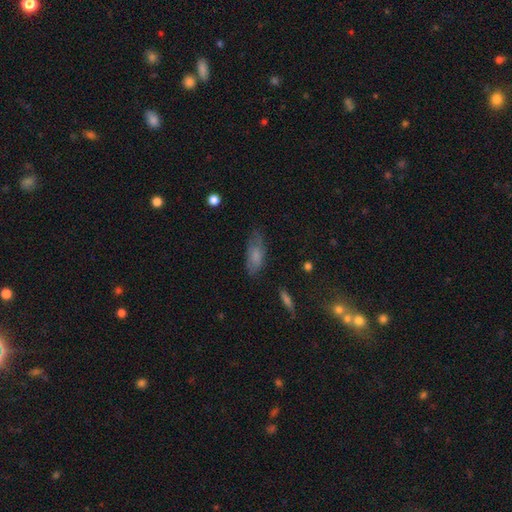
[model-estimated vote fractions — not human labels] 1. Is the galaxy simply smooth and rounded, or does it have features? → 66% smooth, 25% featured or disk, 9% star or artifact.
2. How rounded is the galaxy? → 80% in between, 17% cigar-shaped, 3% round.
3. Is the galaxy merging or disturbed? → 63% none, 26% minor disturbance, 8% major disturbance, 2% merger.